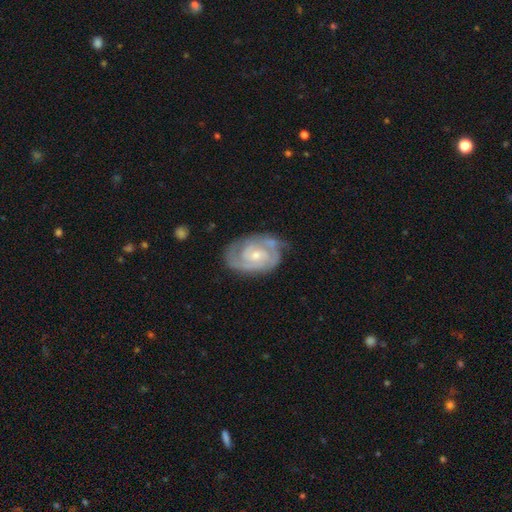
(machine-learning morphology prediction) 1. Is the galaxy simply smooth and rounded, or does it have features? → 87% featured or disk, 9% smooth, 4% star or artifact.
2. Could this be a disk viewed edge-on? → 97% no, 3% yes.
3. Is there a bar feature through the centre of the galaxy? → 61% no, 33% weak, 6% strong.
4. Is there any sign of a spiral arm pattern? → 96% yes, 4% no.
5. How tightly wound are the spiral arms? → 63% tight, 31% medium, 6% loose.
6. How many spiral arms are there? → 65% 2, 14% can't tell, 12% 3, 3% 1, 3% 4, 2% more than 4.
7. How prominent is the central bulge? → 53% small, 42% moderate, 2% large, 2% none, 1% dominant.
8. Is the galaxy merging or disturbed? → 70% none, 21% minor disturbance, 7% major disturbance, 2% merger.